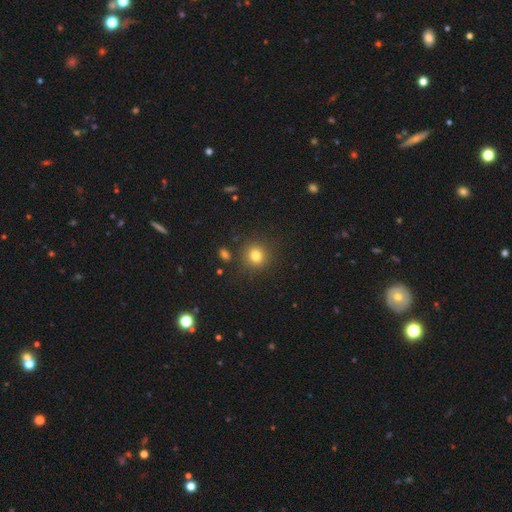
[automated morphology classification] smooth 81%, star or artifact 13%, featured or disk 6%. Down the decision tree: how rounded — round (88%); merging — none (86%).